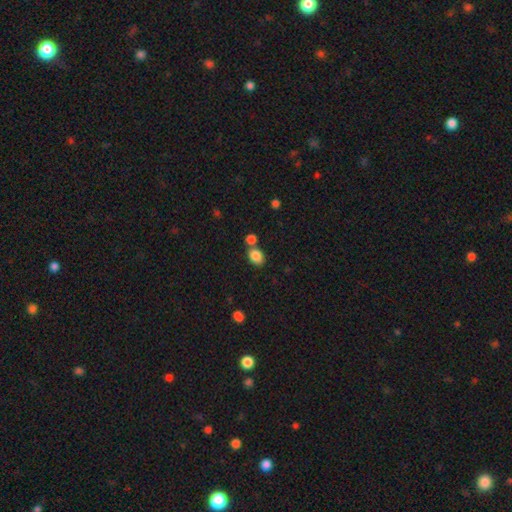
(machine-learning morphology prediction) Overall: smooth (85%). How rounded: in between (56%; round 43%). Merging: none (60%; merger 26%).